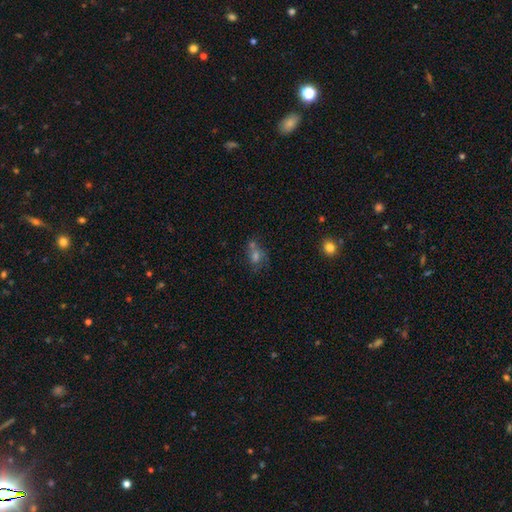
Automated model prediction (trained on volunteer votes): A smooth galaxy with no disk features (57%) that is in between round and cigar-shaped (54%).

Vote fractions:
- Smooth or featured? smooth: 57% / featured or disk: 22% / star or artifact: 21%
- How rounded? in between: 54% / round: 43% / cigar-shaped: 3%
- Merging? merger: 39% / none: 37% / minor disturbance: 14% / major disturbance: 9%